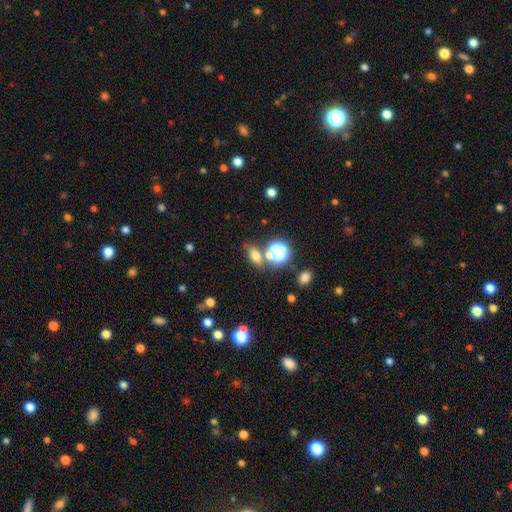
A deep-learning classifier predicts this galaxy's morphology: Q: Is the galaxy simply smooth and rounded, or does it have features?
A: smooth — 67%.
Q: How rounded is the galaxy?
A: in between — 68%.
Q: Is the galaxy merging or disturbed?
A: none — 65%.